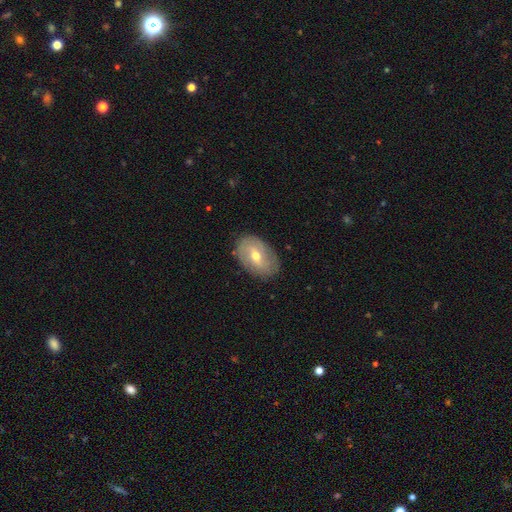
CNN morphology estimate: Overall: featured or disk (55%; smooth 38%). Edge-on disk: no (92%). Bar: weak (47%; no 33%). Spiral arms: yes (54%; no 46%). Bulge size: moderate (65%; small 31%). Merging: none (82%).